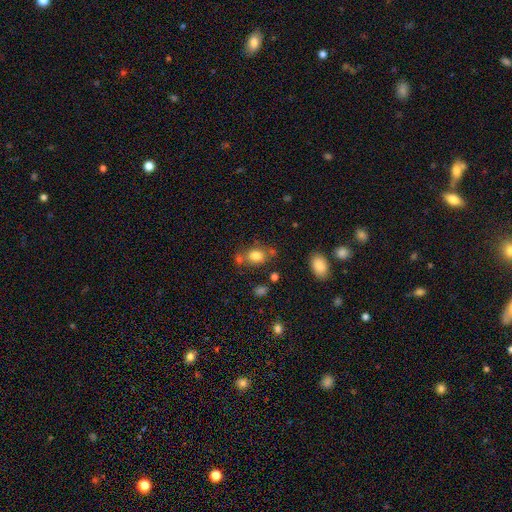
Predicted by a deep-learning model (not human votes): smooth 80%, star or artifact 11%, featured or disk 9%. Down the decision tree: how rounded — in between (62%); merging — none (62%).